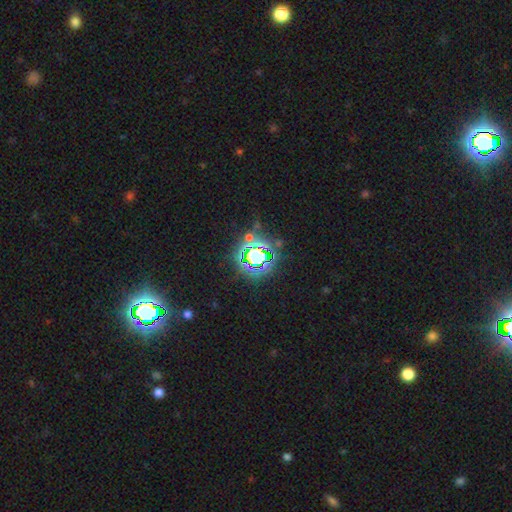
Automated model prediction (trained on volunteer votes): This appears to be a star or artifact, not a galaxy (71%).